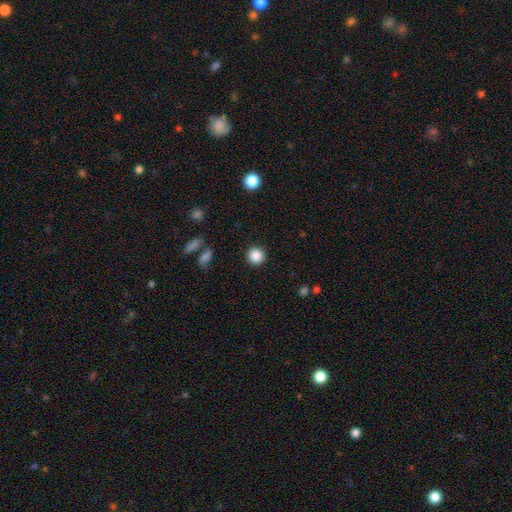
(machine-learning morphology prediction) Smooth or featured: smooth — 87% (star or artifact — 10%)
How rounded: round — 94% (in between — 5%)
Merging: none — 91% (minor disturbance — 5%)